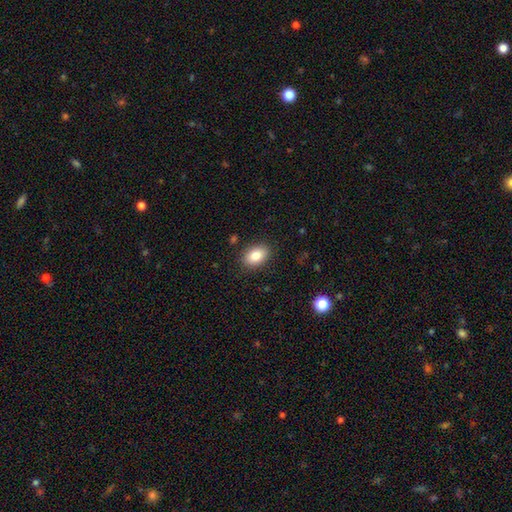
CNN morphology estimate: This is clearly a smooth galaxy (84%). How rounded: clearly in between (82%). Merging: clearly none (87%).